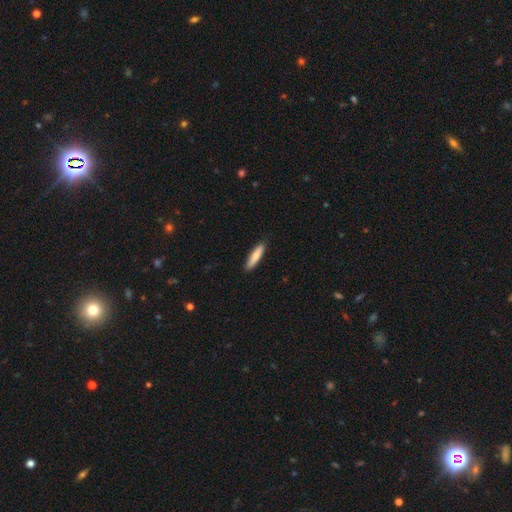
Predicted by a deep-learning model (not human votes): This is clearly a smooth galaxy (80%). How rounded: likely cigar-shaped (79%). Merging: clearly none (88%).